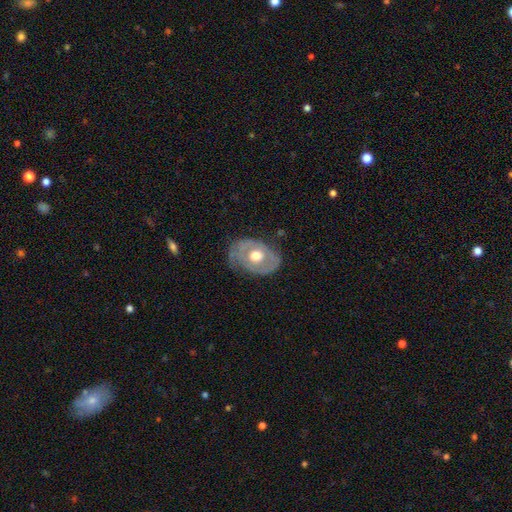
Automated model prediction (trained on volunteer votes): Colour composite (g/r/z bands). It shows a featured or disk galaxy (61%) with no bar (85%), no spiral arms (65%) and a moderate central bulge (69%). Merging: none (63%).